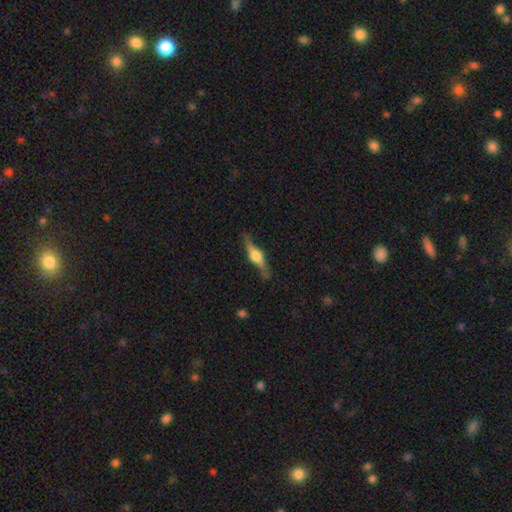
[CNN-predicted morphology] A featured or disk galaxy (74%) viewed edge-on (96%) with a rounded central bulge (93%).

Vote fractions:
- Smooth or featured? featured or disk: 74% / smooth: 21% / star or artifact: 5%
- Edge-on disk? yes: 96% / no: 4%
- Edge-on bulge? rounded: 93% / boxy: 5% / none: 2%
- Merging? none: 80% / minor disturbance: 14% / major disturbance: 4% / merger: 2%